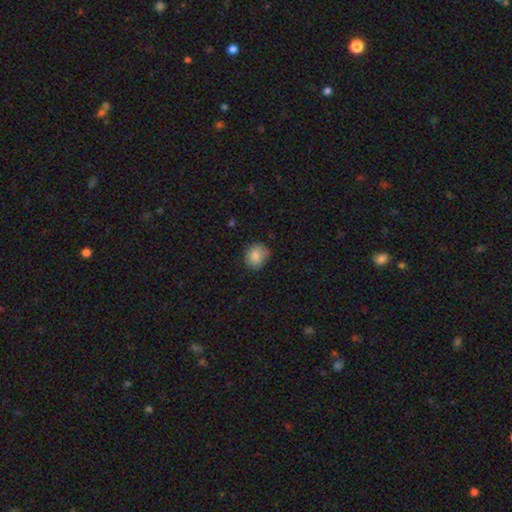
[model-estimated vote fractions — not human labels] A smooth galaxy with no disk features (86%) that is round (67%). Merging: none (81%).